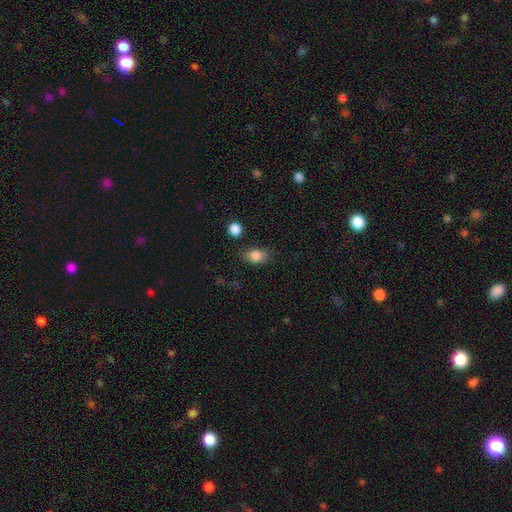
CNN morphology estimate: type=smooth (84%); roundness=in between (78%); merging=none (75%).